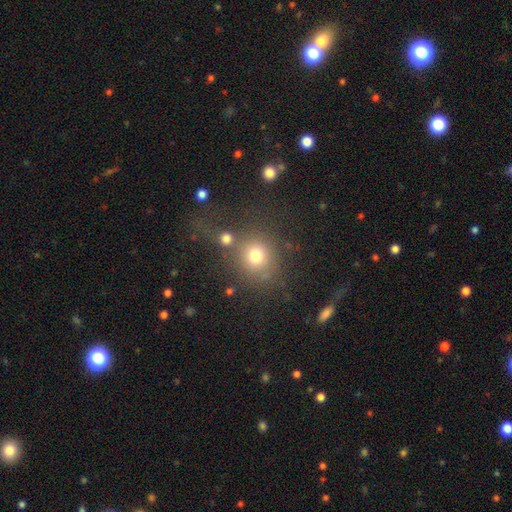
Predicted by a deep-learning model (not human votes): Smooth or featured: smooth — 74% (star or artifact — 16%)
How rounded: round — 84% (in between — 15%)
Merging: none — 60% (merger — 21%)